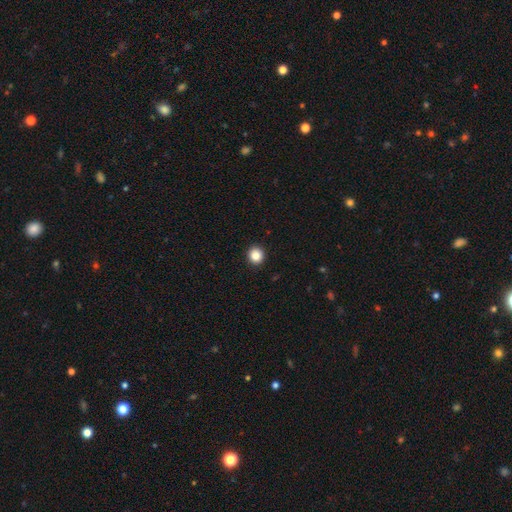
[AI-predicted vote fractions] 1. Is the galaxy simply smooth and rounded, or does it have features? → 87% smooth, 10% star or artifact, 3% featured or disk.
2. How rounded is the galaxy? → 94% round, 5% in between, 1% cigar-shaped.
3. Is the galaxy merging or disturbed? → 93% none, 4% minor disturbance, 2% major disturbance, 1% merger.